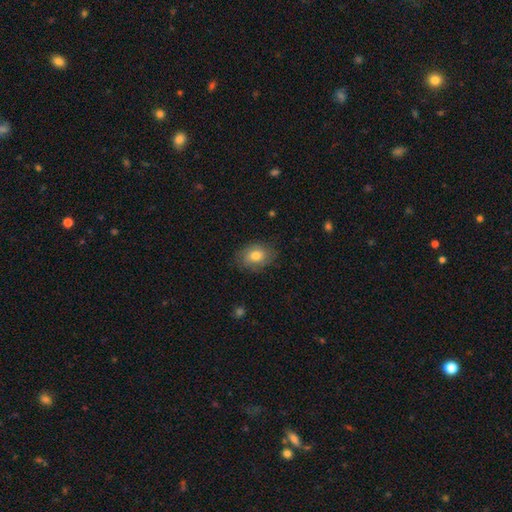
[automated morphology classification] smooth 74%, featured or disk 18%, star or artifact 8%. Down the decision tree: how rounded — in between (65%); merging — none (79%).